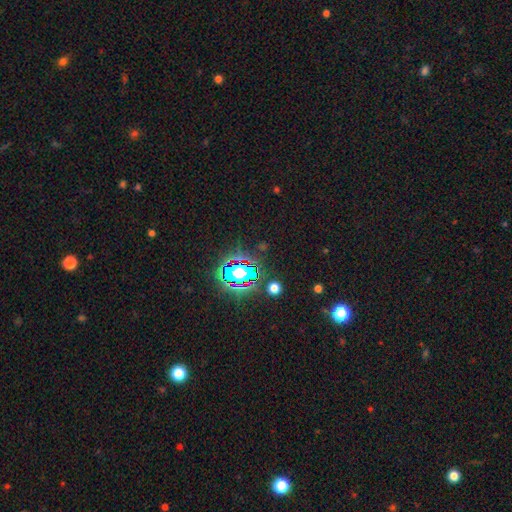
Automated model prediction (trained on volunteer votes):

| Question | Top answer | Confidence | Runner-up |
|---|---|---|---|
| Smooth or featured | star or artifact | 82% | smooth (11%) |